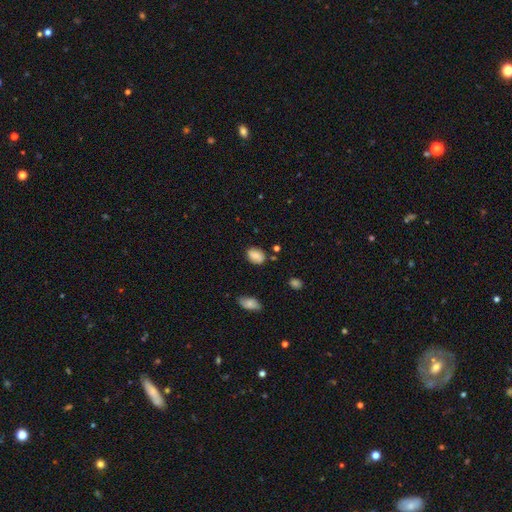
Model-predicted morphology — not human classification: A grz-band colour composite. It shows a smooth galaxy with no disk features (80%) that is in between round and cigar-shaped (77%). Merging: none (78%).